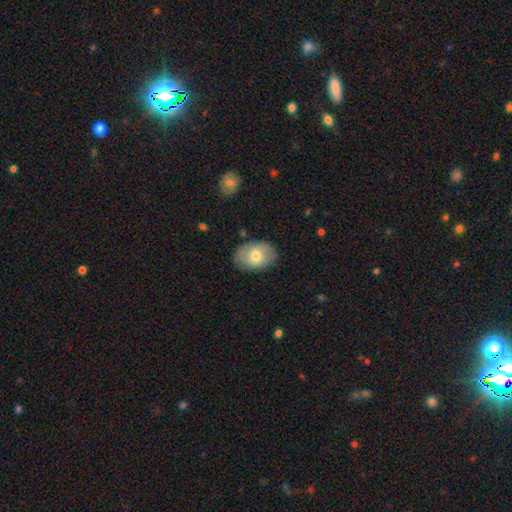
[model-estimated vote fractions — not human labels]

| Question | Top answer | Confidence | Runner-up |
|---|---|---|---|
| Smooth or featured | smooth | 63% | featured or disk (30%) |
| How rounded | in between | 82% | round (17%) |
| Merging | none | 80% | minor disturbance (16%) |